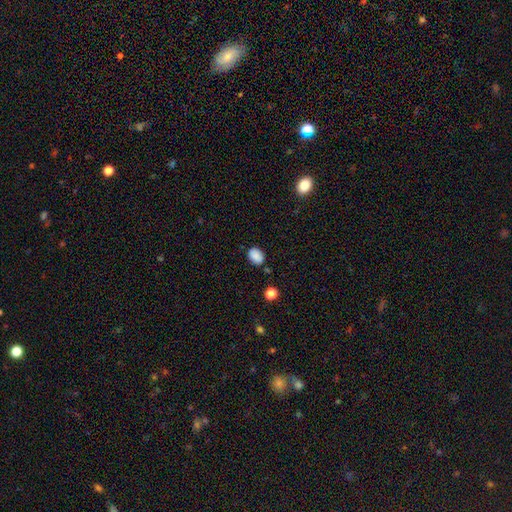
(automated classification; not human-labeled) This appears to be a smooth galaxy with no disk features (87%) that is in between round and cigar-shaped (67%). Merging: none (79%).